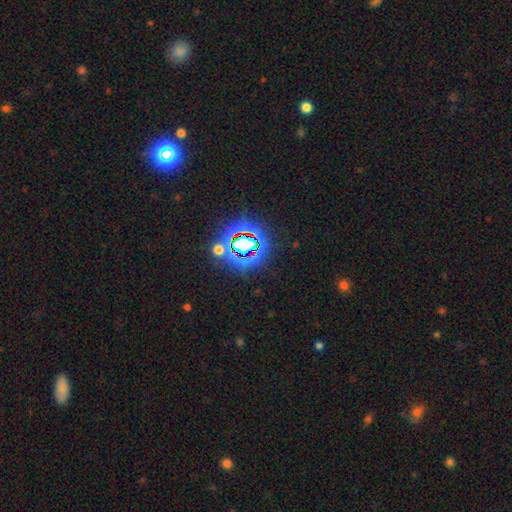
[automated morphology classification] Smooth or featured? star or artifact (77%)